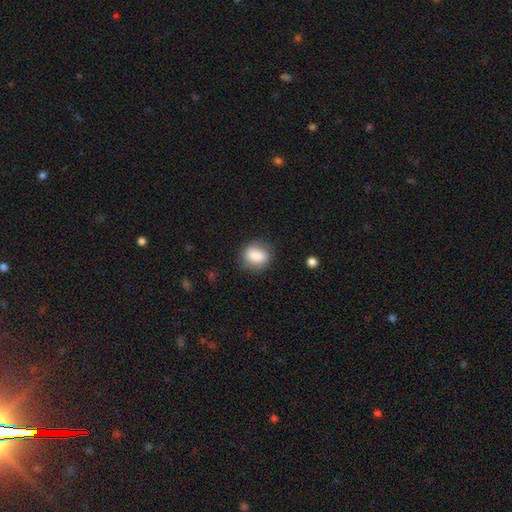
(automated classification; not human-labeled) This appears to be a smooth galaxy with no disk features (84%) that is round (52%). Merging: none (76%).